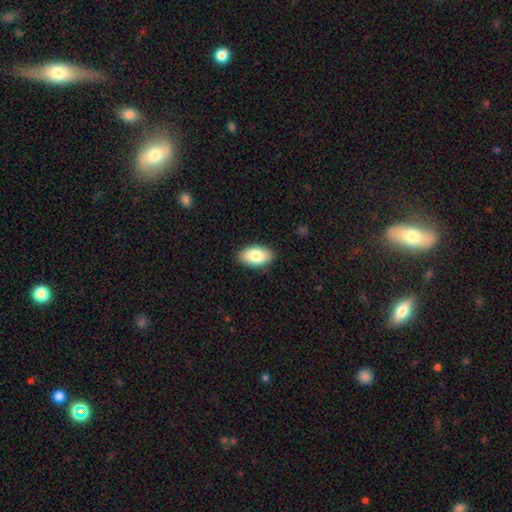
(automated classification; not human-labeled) Morphology: type=smooth (83%); roundness=in between (94%); merging=none (88%).